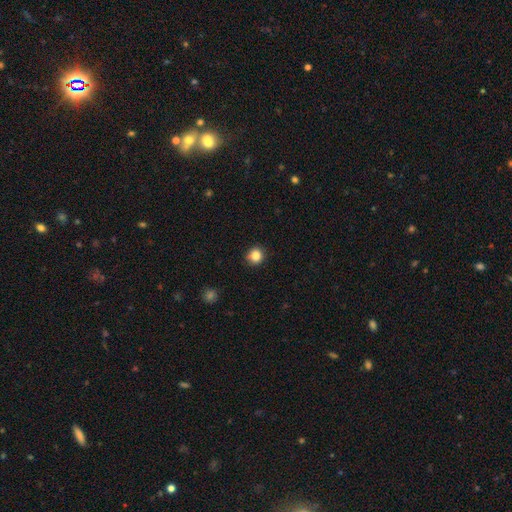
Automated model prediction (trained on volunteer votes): A smooth galaxy with no disk features (86%) that is round (89%).

Vote fractions:
- Smooth or featured? smooth: 86% / star or artifact: 10% / featured or disk: 4%
- How rounded? round: 89% / in between: 10% / cigar-shaped: 1%
- Merging? none: 87% / minor disturbance: 10% / major disturbance: 2% / merger: 1%